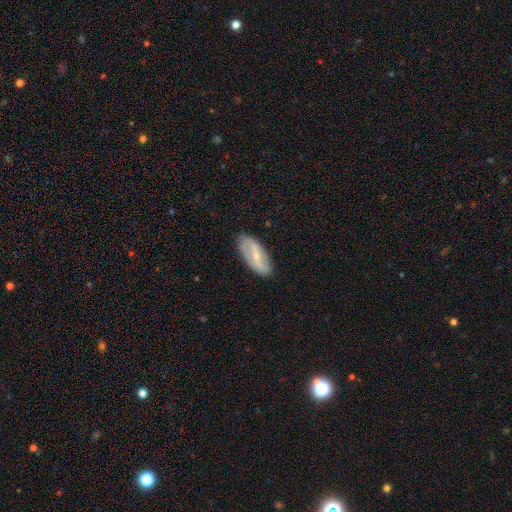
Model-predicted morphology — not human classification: Q: Smooth or featured?
A: featured or disk (63%); runner-up: smooth (30%)
Q: Edge-on disk?
A: no (89%); runner-up: yes (11%)
Q: Bar?
A: strong (44%); runner-up: weak (40%)
Q: Spiral arms?
A: yes (73%); runner-up: no (27%)
Q: Bulge size?
A: small (68%); runner-up: moderate (22%)
Q: Merging?
A: none (83%); runner-up: minor disturbance (13%)